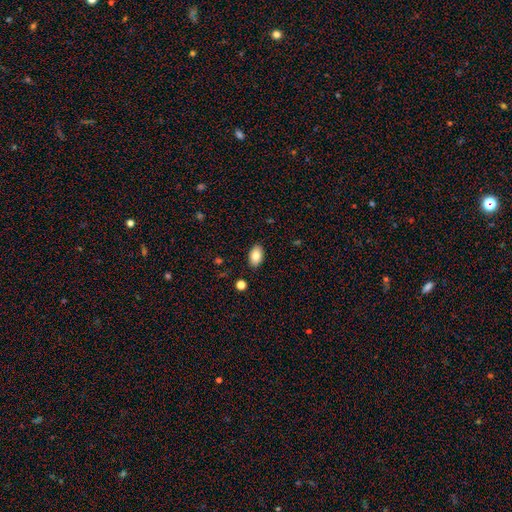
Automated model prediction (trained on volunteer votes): smooth-or-featured: smooth: 84% | featured or disk: 9% | star or artifact: 7%
  how-rounded: in between: 92% | round: 7% | cigar-shaped: 2%
  merging: none: 88% | minor disturbance: 9% | major disturbance: 2% | merger: 1%